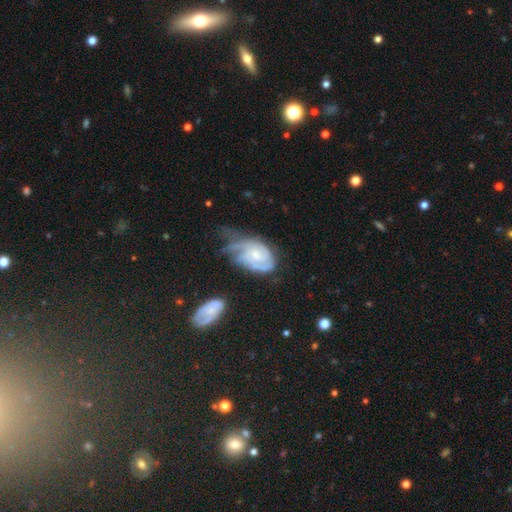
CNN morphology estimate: Overall: featured or disk (76%). Edge-on disk: no (97%). Bar: no (66%; weak 29%). Spiral arms: yes (93%). Spiral arm count: 2 (35%; can't tell 31%). Spiral winding: tight (58%; medium 32%). Bulge size: small (52%; moderate 36%). Merging: major disturbance (32%; none 31%).